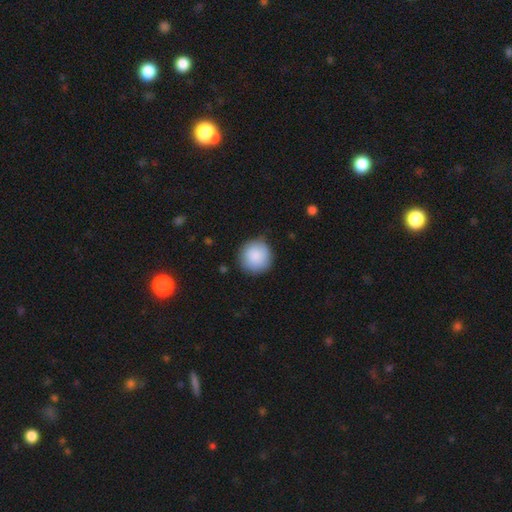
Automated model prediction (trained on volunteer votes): Q: Smooth or featured?
A: smooth (86%); runner-up: featured or disk (8%)
Q: How rounded?
A: round (94%); runner-up: in between (5%)
Q: Merging?
A: none (83%); runner-up: minor disturbance (13%)